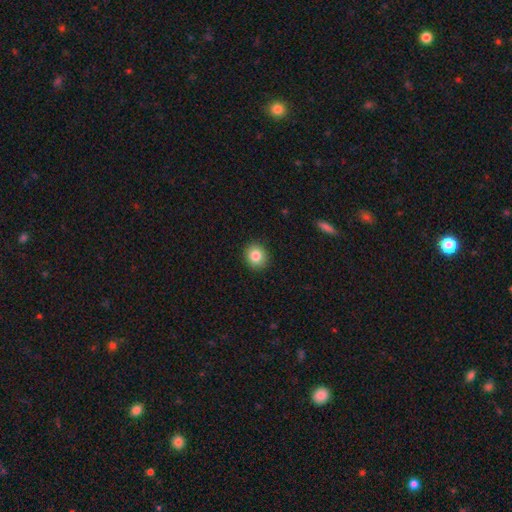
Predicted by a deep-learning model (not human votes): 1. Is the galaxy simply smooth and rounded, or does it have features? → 84% smooth, 9% star or artifact, 6% featured or disk.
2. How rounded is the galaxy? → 81% round, 18% in between, 1% cigar-shaped.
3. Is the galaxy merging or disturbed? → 91% none, 6% minor disturbance, 2% major disturbance, 1% merger.